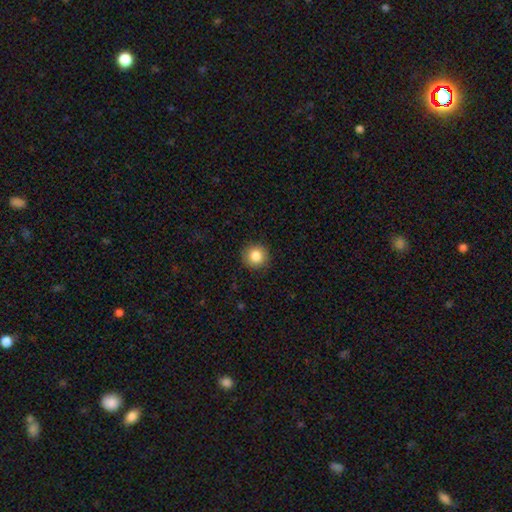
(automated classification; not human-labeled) smooth 85%, star or artifact 9%, featured or disk 5%. Down the decision tree: how rounded — round (94%); merging — none (91%).